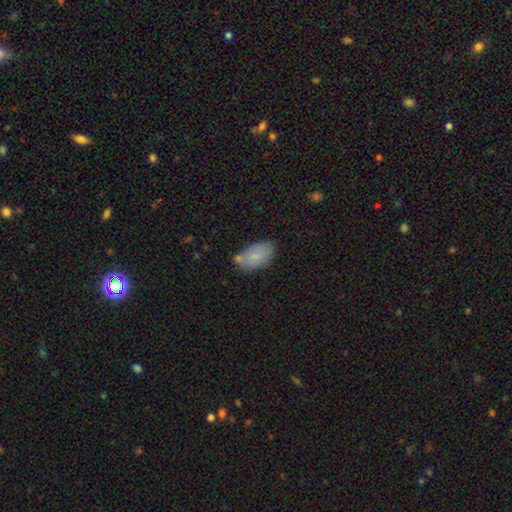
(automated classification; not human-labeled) Smooth or featured: smooth — 79% (featured or disk — 14%)
How rounded: in between — 94% (round — 4%)
Merging: none — 60% (minor disturbance — 23%)